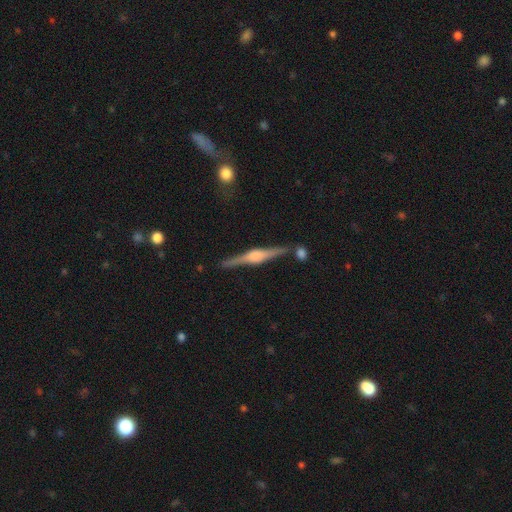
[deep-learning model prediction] Smooth or featured: featured or disk — 84% (smooth — 10%)
Edge-on disk: yes — 98% (no — 2%)
Edge-on bulge: rounded — 77% (boxy — 18%)
Merging: none — 85% (minor disturbance — 10%)